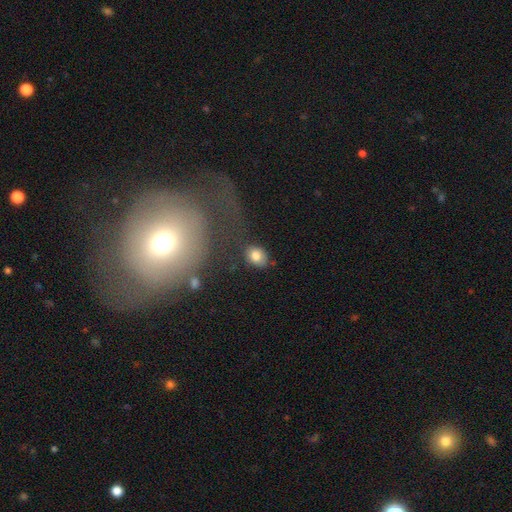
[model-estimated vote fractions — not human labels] Morphology: type=smooth (80%); roundness=in between (60%); merging=none (77%).